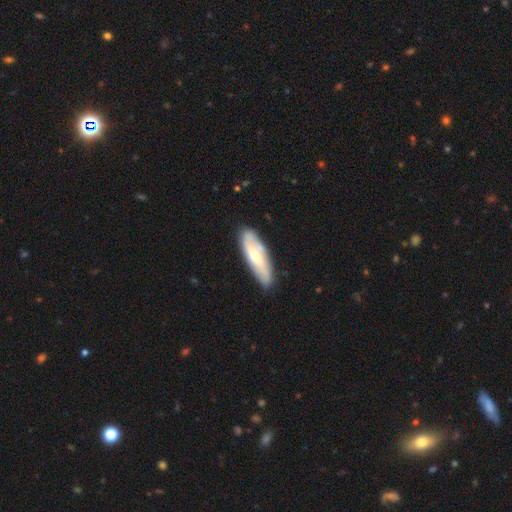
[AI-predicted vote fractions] Smooth or featured? featured or disk (50%)
Merging? none (81%)